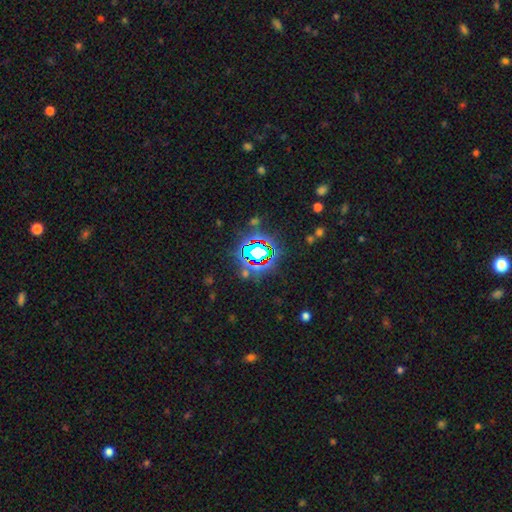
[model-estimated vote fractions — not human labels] Overall: star or artifact (73%).